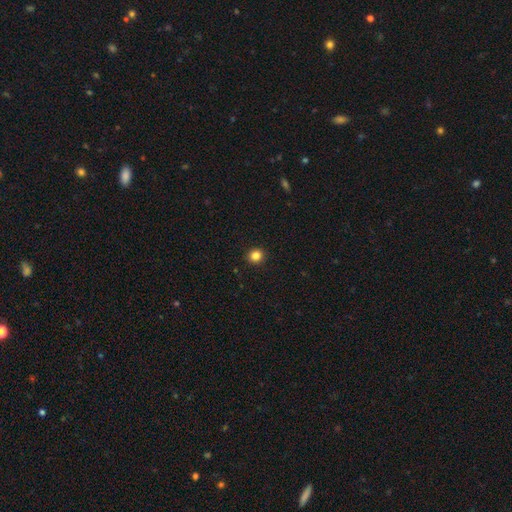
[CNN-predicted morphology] This is clearly a smooth galaxy (84%). How rounded: clearly round (87%). Merging: clearly none (93%).